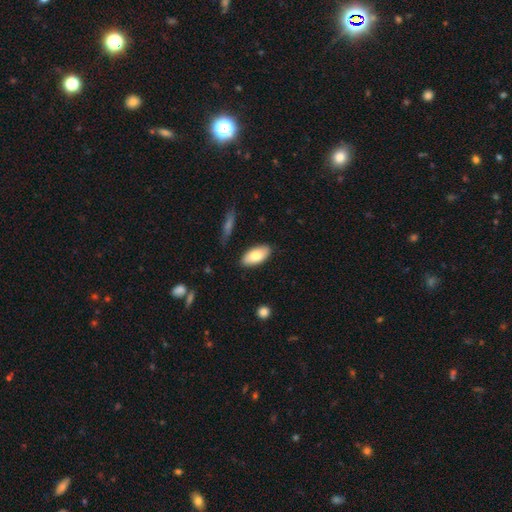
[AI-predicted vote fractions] Morphology: type=smooth (78%); roundness=in between (93%); merging=none (86%).